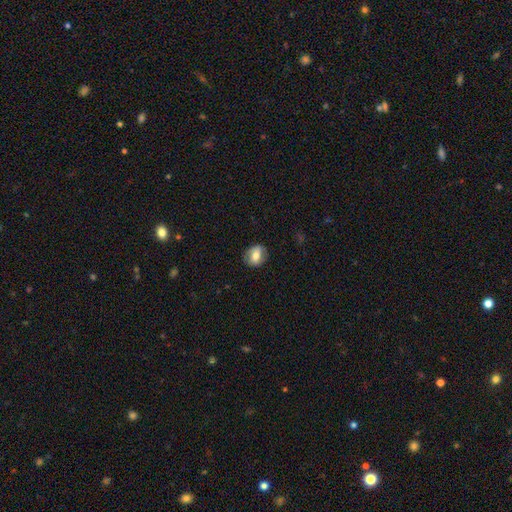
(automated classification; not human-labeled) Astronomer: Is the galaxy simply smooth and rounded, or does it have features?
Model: smooth — 59%.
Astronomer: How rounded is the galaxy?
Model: in between — 50% (runner-up: round, 49%).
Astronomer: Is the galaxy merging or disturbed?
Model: none — 80%.